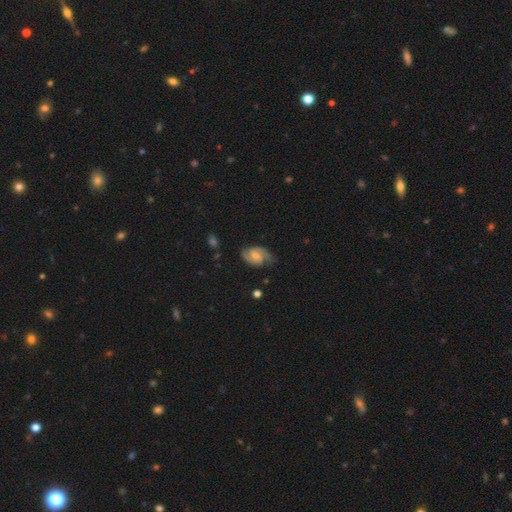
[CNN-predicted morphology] smooth_or_featured: featured or disk (p=0.84) [alt: smooth p=0.10]
disk_edge_on: no (p=0.97) [alt: yes p=0.03]
bar: weak (p=0.50) [alt: no p=0.38]
has_spiral_arms: yes (p=0.97) [alt: no p=0.03]
spiral_winding: medium (p=0.53) [alt: tight p=0.32]
spiral_arm_count: 2 (p=0.91) [alt: can't tell p=0.04]
bulge_size: moderate (p=0.44) [alt: small p=0.41]
merging: none (p=0.75) [alt: minor disturbance p=0.18]